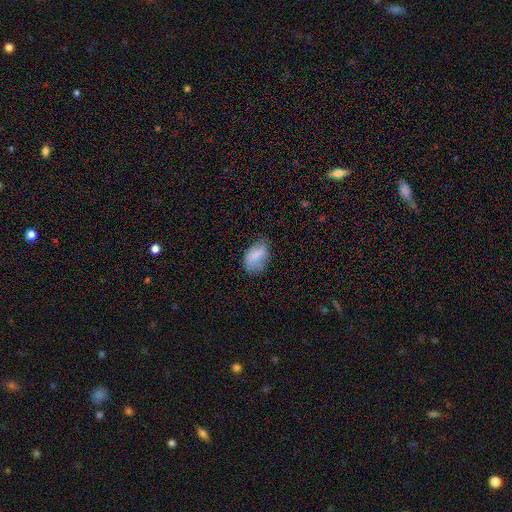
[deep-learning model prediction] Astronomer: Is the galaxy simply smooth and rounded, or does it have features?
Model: smooth — 75%.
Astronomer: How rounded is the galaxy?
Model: in between — 84%.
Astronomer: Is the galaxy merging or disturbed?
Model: none — 52% (runner-up: minor disturbance, 33%).